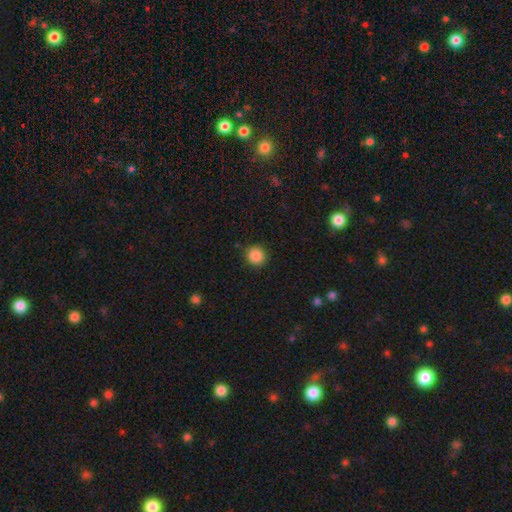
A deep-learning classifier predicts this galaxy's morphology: This is clearly a smooth galaxy (87%). How rounded: clearly round (91%). Merging: clearly none (90%).